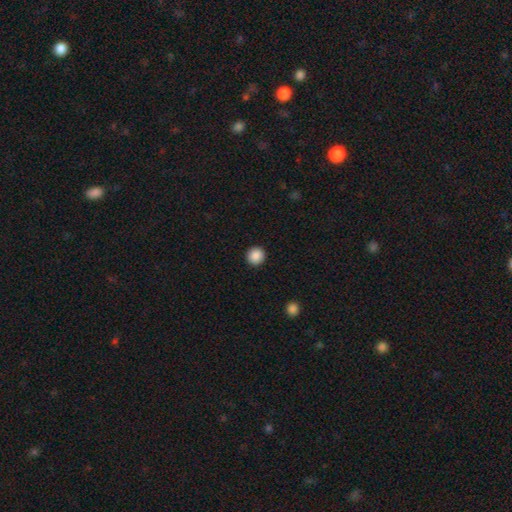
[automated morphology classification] Overall: smooth (88%). How rounded: round (94%). Merging: none (93%).